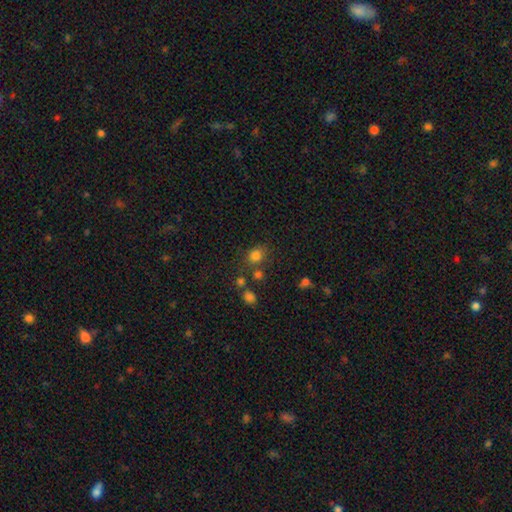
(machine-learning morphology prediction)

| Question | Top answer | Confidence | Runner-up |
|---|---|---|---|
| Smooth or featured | smooth | 78% | star or artifact (16%) |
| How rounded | round | 70% | in between (29%) |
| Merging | none | 66% | minor disturbance (14%) |